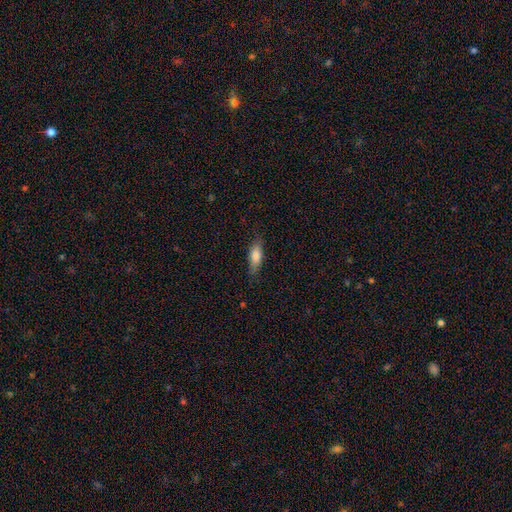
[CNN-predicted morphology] A smooth galaxy with no disk features (78%) that is in between round and cigar-shaped (66%).

Vote fractions:
- Smooth or featured? smooth: 78% / featured or disk: 16% / star or artifact: 7%
- How rounded? in between: 66% / cigar-shaped: 32% / round: 3%
- Merging? none: 80% / minor disturbance: 15% / major disturbance: 3% / merger: 1%